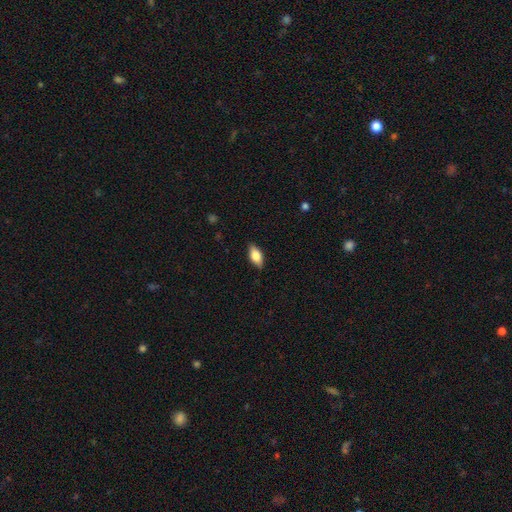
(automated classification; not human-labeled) Q: Smooth or featured?
A: smooth (79%); runner-up: featured or disk (15%)
Q: How rounded?
A: in between (88%); runner-up: cigar-shaped (8%)
Q: Merging?
A: none (85%); runner-up: minor disturbance (12%)